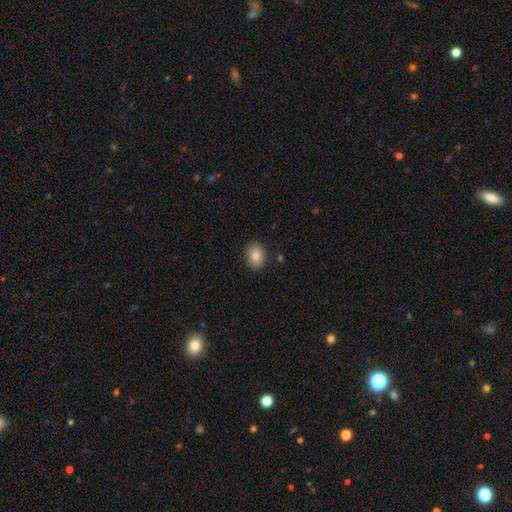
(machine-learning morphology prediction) smooth-or-featured: smooth: 86% | star or artifact: 8% | featured or disk: 6%
  how-rounded: in between: 67% | round: 32% | cigar-shaped: 1%
  merging: none: 88% | minor disturbance: 8% | major disturbance: 2% | merger: 1%